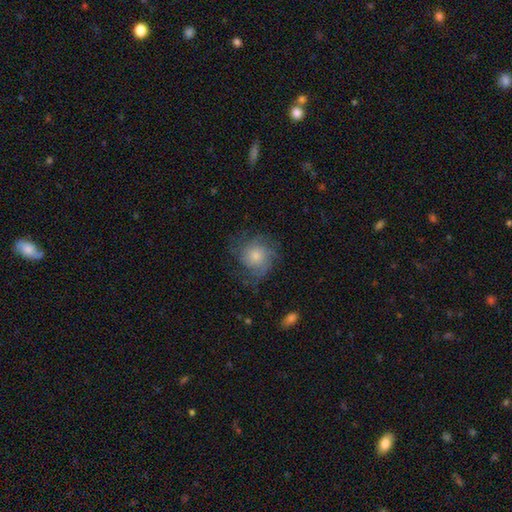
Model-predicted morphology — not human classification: A featured or disk galaxy (51%).

Vote fractions:
- Smooth or featured? featured or disk: 51% / smooth: 37% / star or artifact: 11%
- Edge-on disk? no: 97% / yes: 3%
- Merging? none: 65% / minor disturbance: 20% / major disturbance: 14% / merger: 1%